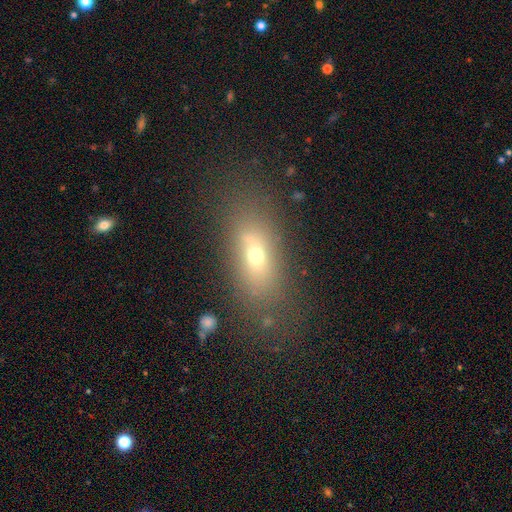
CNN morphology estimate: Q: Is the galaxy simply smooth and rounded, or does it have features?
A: smooth — 59%.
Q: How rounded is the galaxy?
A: in between — 72%.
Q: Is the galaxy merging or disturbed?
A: none — 74%.